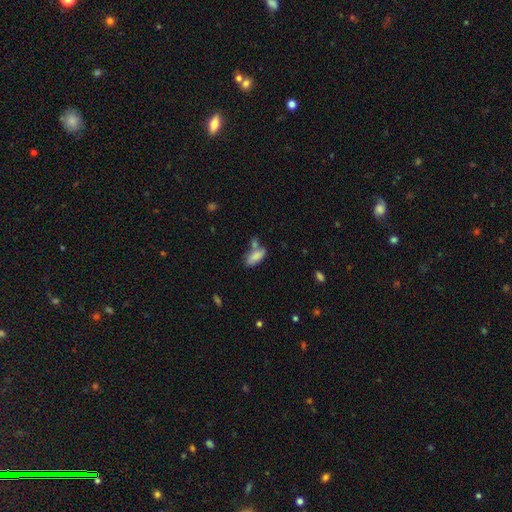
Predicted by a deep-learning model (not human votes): Smooth or featured?
  - smooth: 80% *
  - featured or disk: 12%
  - star or artifact: 8%
How rounded?
  - in between: 84% *
  - cigar-shaped: 13%
  - round: 3%
Merging?
  - none: 43% *
  - merger: 31%
  - minor disturbance: 19%
  - major disturbance: 7%